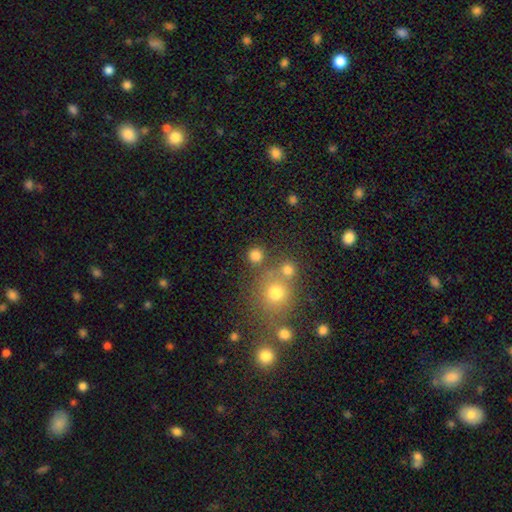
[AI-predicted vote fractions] Smooth or featured?
  - smooth: 79% *
  - star or artifact: 15%
  - featured or disk: 6%
How rounded?
  - round: 92% *
  - in between: 7%
  - cigar-shaped: 1%
Merging?
  - none: 77% *
  - merger: 13%
  - minor disturbance: 7%
  - major disturbance: 3%